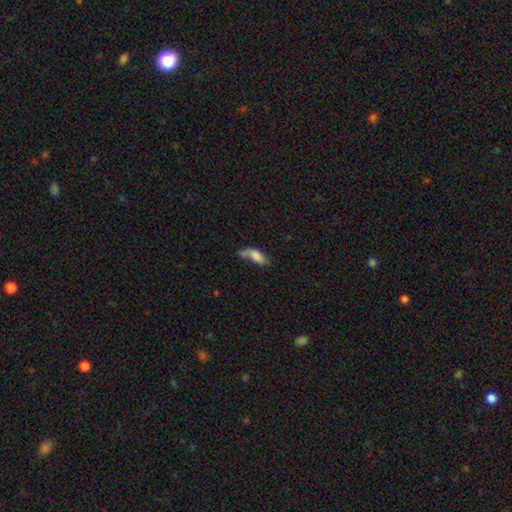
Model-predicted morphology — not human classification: This is likely a smooth galaxy (75%). How rounded: clearly in between (81%). Merging: marginally none (32%).